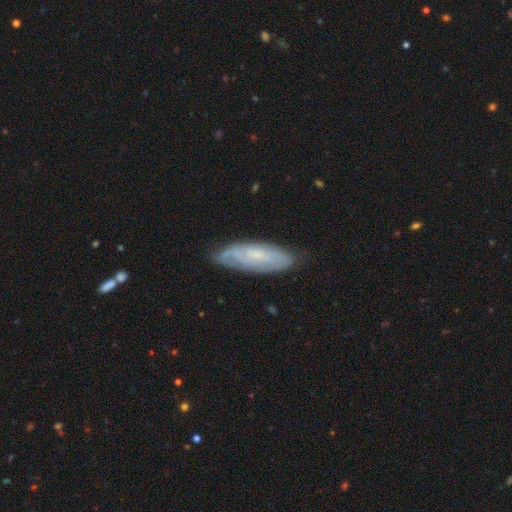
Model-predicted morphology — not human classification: Smooth or featured: featured or disk — 53% (smooth — 39%)
Edge-on disk: no — 77% (yes — 23%)
Merging: none — 72% (minor disturbance — 21%)